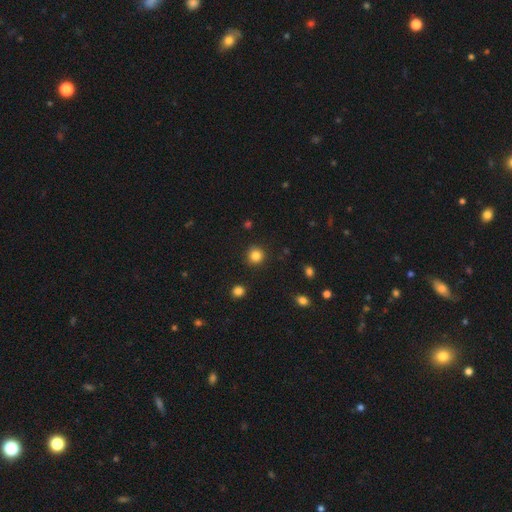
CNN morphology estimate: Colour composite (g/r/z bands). It shows a smooth galaxy with no disk features (84%) that is round (93%). Merging: none (91%).